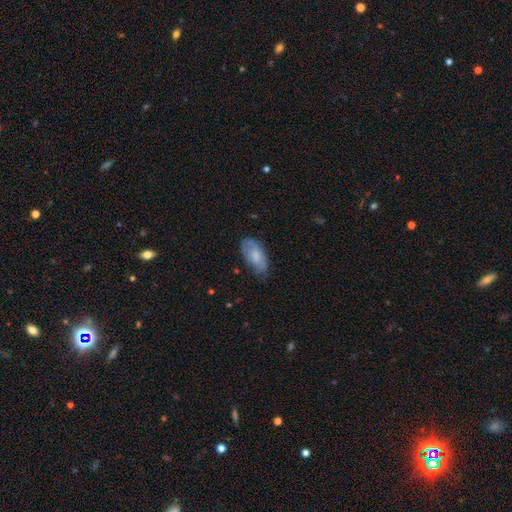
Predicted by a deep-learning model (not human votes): Smooth or featured?
  - smooth: 68% *
  - featured or disk: 26%
  - star or artifact: 7%
How rounded?
  - in between: 91% *
  - cigar-shaped: 6%
  - round: 2%
Merging?
  - none: 60% *
  - minor disturbance: 30%
  - major disturbance: 8%
  - merger: 2%